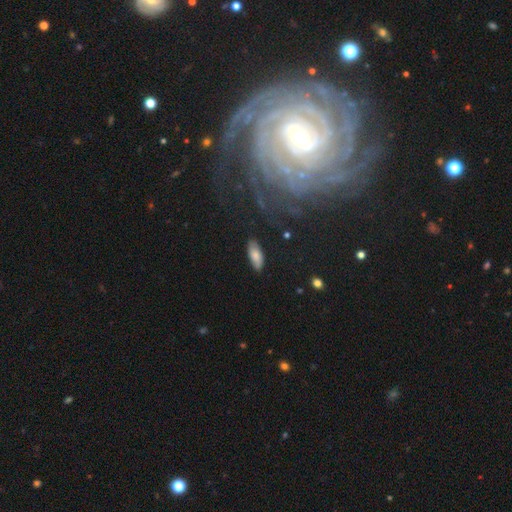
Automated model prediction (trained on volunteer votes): The model was most divided on "how rounded": in between: 80%, cigar-shaped: 18%, round: 2%. More confident: merging — none (83%); smooth or featured — smooth (79%).